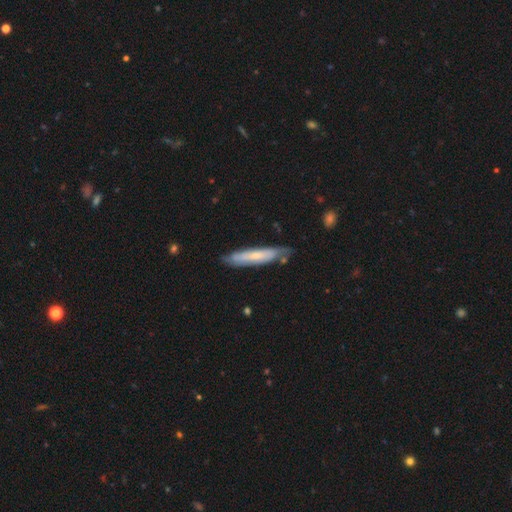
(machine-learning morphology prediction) The model was most divided on "smooth or featured": featured or disk: 48%, smooth: 46%, star or artifact: 6%. More confident: merging — none (72%).